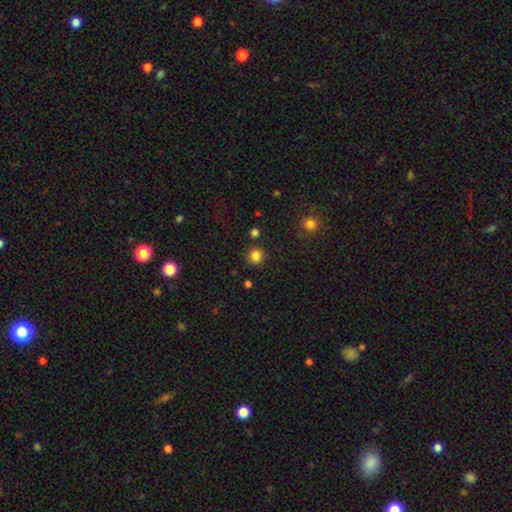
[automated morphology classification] This appears to be a smooth galaxy with no disk features (84%) that is round (93%). Merging: none (89%).